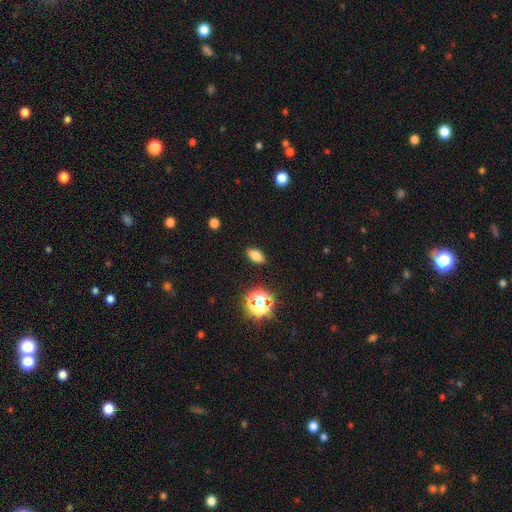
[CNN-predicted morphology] This is likely a smooth galaxy (76%). How rounded: clearly in between (85%). Merging: clearly none (88%).